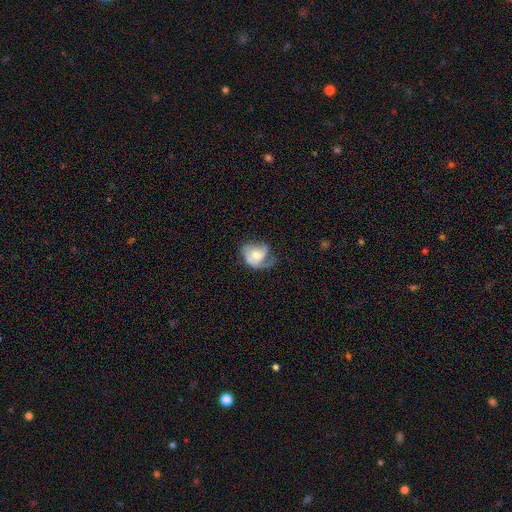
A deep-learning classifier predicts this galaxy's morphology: smooth_or_featured: featured or disk (p=0.59) [alt: smooth p=0.34]
disk_edge_on: no (p=0.97) [alt: yes p=0.03]
bar: no (p=0.70) [alt: weak p=0.25]
has_spiral_arms: yes (p=0.84) [alt: no p=0.16]
bulge_size: moderate (p=0.53) [alt: small p=0.26]
merging: none (p=0.40) [alt: major disturbance p=0.30]